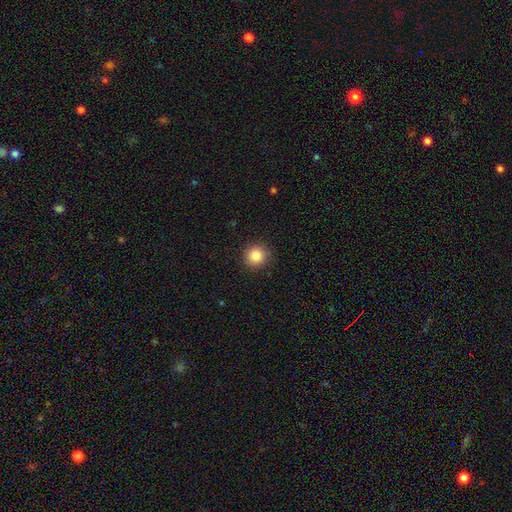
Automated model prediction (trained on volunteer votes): Overall: smooth (85%). How rounded: round (94%). Merging: none (91%).